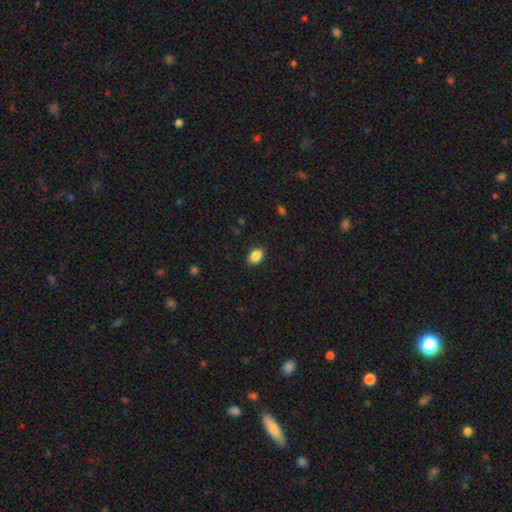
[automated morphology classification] A smooth galaxy with no disk features (87%) that is in between round and cigar-shaped (82%). Merging: none (88%).